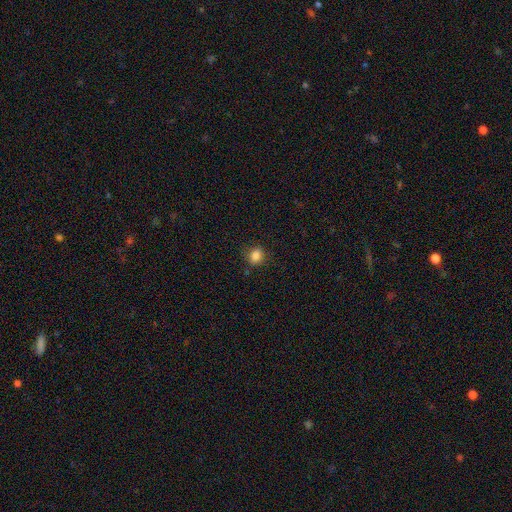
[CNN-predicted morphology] This appears to be a smooth galaxy with no disk features (84%) that is round (59%). Merging: none (81%).